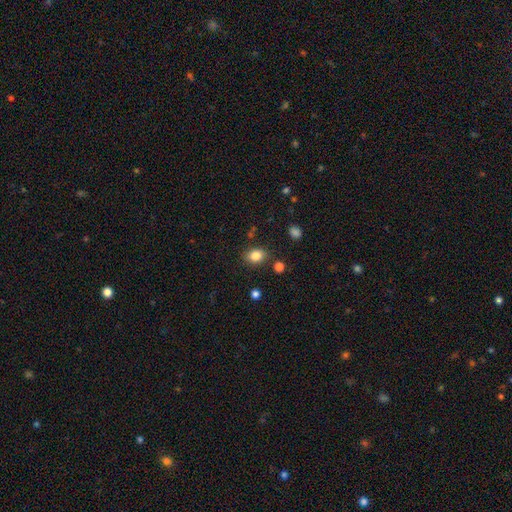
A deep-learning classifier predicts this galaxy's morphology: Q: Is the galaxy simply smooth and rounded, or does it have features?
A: smooth — 83%.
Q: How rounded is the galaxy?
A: in between — 63%.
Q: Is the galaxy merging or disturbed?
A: none — 81%.